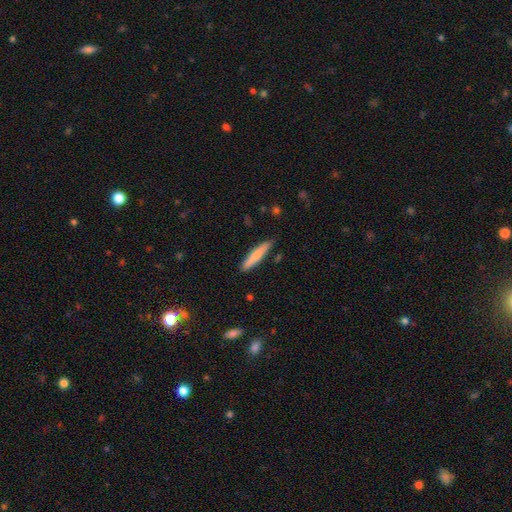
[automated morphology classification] Q: Smooth or featured?
A: smooth (78%); runner-up: featured or disk (17%)
Q: How rounded?
A: cigar-shaped (90%); runner-up: in between (9%)
Q: Merging?
A: none (86%); runner-up: minor disturbance (11%)